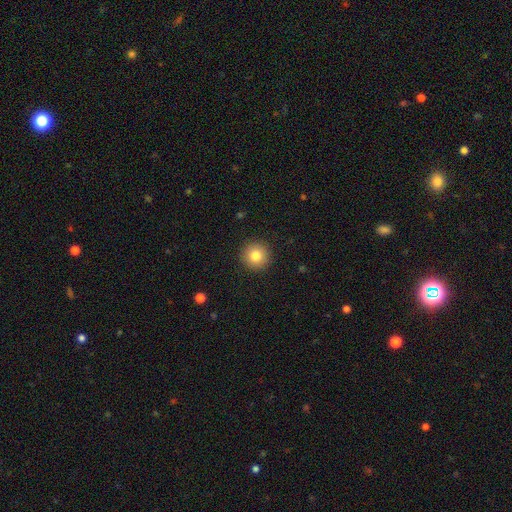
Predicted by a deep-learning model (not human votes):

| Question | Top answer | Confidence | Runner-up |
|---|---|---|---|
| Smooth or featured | smooth | 82% | star or artifact (10%) |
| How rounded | round | 95% | in between (4%) |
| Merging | none | 92% | minor disturbance (5%) |